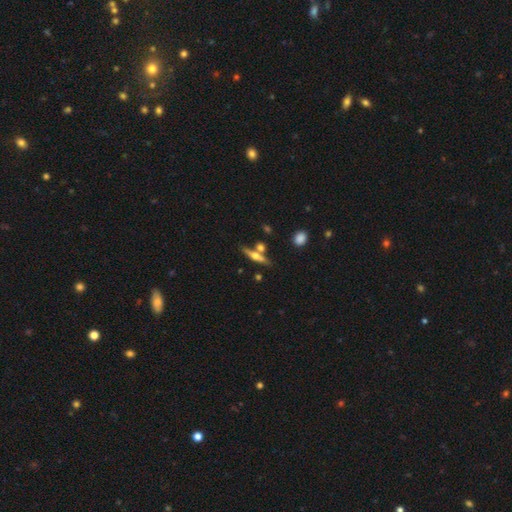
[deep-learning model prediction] A featured or disk galaxy (62%) viewed edge-on (95%) with a rounded central bulge (91%). Merging: none (69%).